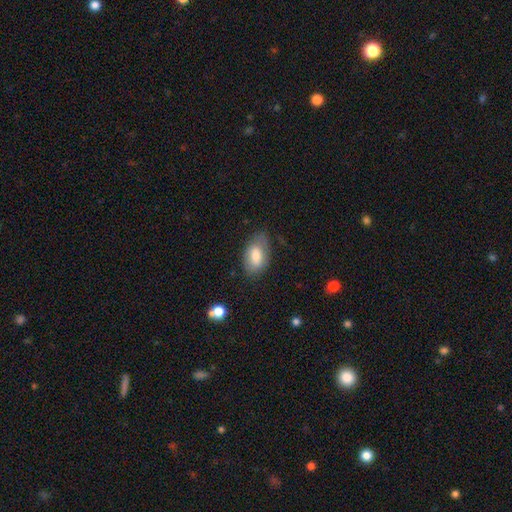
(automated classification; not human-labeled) Smooth or featured? smooth (76%)
How rounded? in between (92%)
Merging? none (62%)